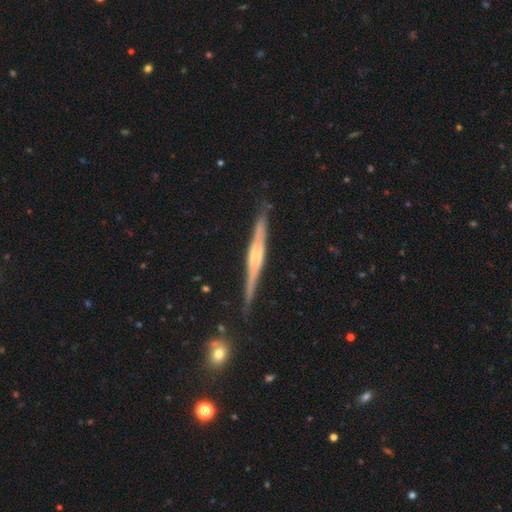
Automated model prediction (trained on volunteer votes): Overall: featured or disk (81%). Edge-on disk: yes (98%). Edge-on bulge: rounded (43%; boxy 40%). Merging: none (86%).